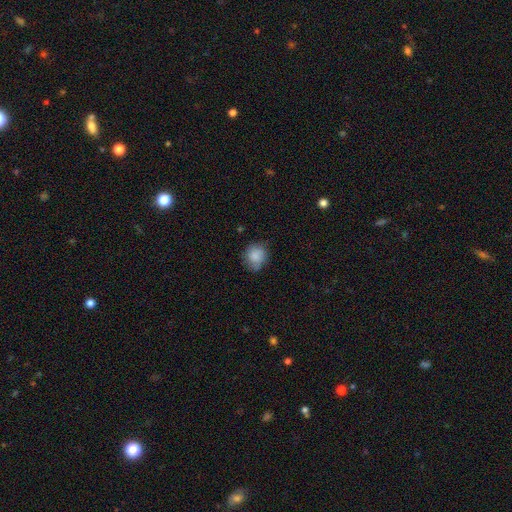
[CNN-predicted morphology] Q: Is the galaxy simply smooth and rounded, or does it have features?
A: smooth — 83%.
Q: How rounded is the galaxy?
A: round — 75%.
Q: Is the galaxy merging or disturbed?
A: none — 67%.